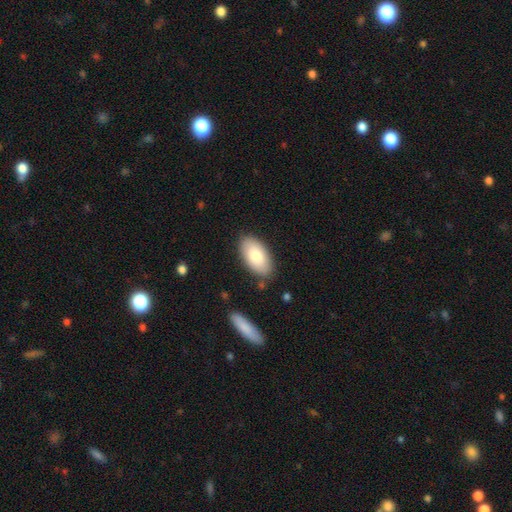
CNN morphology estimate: This is clearly a smooth galaxy (81%). How rounded: clearly in between (95%). Merging: clearly none (84%).